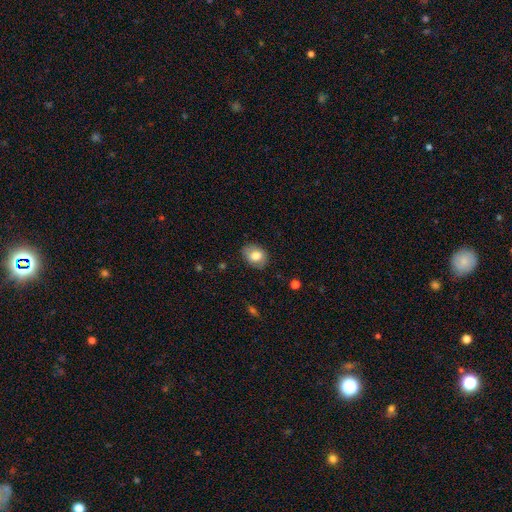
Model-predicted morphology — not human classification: The model was most divided on "how rounded": in between: 65%, round: 34%, cigar-shaped: 1%. More confident: merging — none (80%); smooth or featured — smooth (77%).